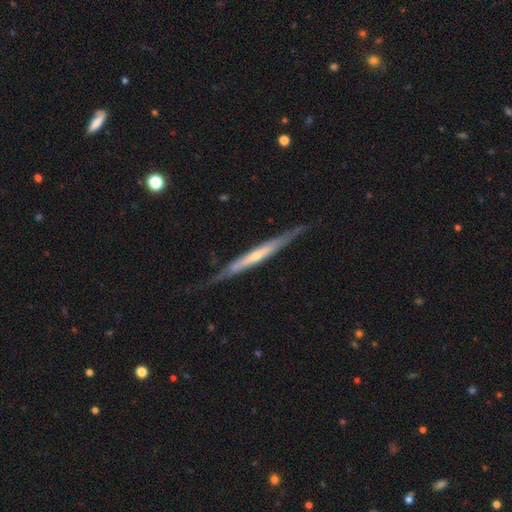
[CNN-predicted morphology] Smooth or featured? Predicted: featured or disk (p=0.70). Edge-on disk? Predicted: yes (p=0.93). Edge-on bulge? Predicted: none (p=0.50). Merging? Predicted: none (p=0.77).